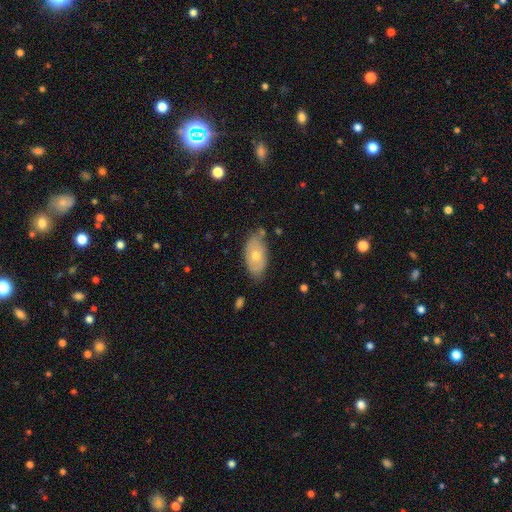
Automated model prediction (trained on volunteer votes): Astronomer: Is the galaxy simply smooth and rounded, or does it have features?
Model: smooth — 53% (runner-up: featured or disk, 40%).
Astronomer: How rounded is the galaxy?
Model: in between — 91%.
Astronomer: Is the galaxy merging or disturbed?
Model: none — 74%.